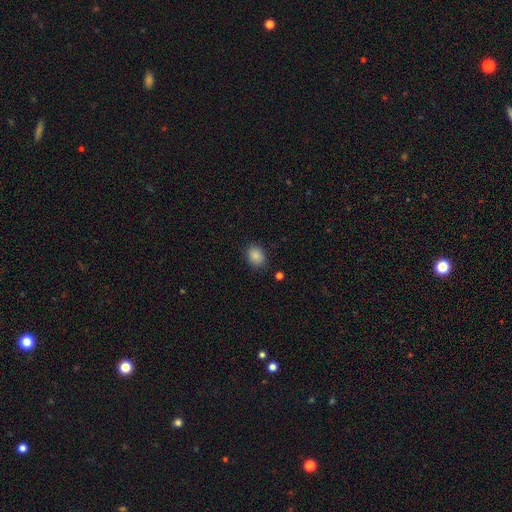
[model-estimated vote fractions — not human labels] Morphology: type=smooth (87%); roundness=round (51%); merging=none (85%).